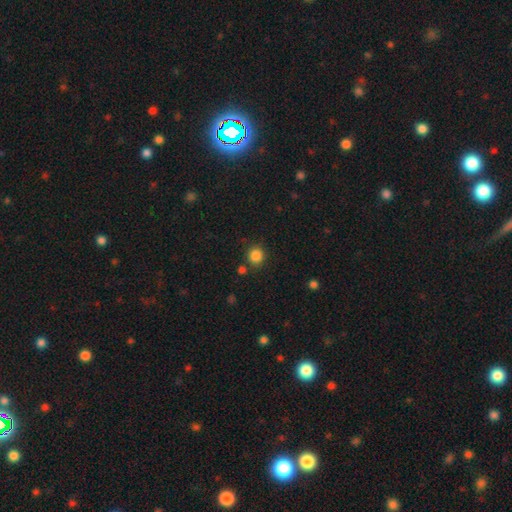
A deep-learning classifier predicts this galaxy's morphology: This appears to be a smooth galaxy with no disk features (85%) that is round (91%). Merging: none (84%).